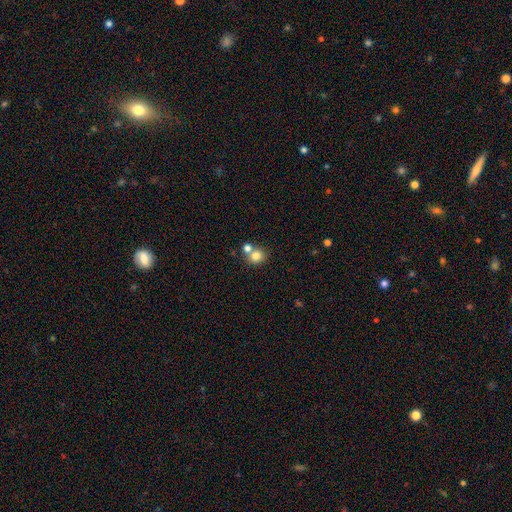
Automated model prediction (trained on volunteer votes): smooth-or-featured: smooth: 80% | star or artifact: 11% | featured or disk: 9%
  how-rounded: round: 78% | in between: 21% | cigar-shaped: 1%
  merging: none: 52% | merger: 37% | minor disturbance: 8% | major disturbance: 3%